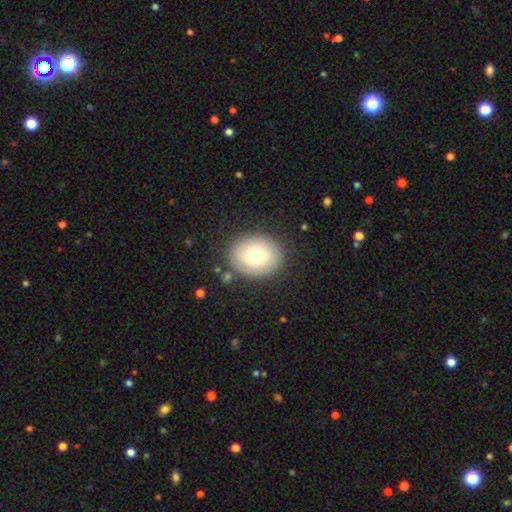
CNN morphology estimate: The model was most divided on "how rounded": round: 52%, in between: 47%, cigar-shaped: 1%. More confident: merging — none (83%); smooth or featured — smooth (73%).